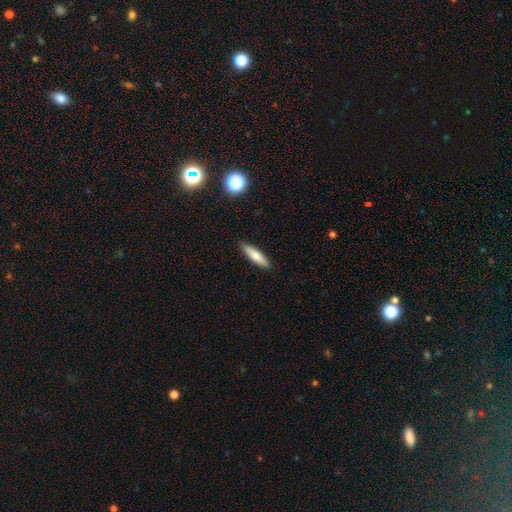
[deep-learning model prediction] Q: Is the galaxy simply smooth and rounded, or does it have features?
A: smooth — 68%.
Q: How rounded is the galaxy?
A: cigar-shaped — 75%.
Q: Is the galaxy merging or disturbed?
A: none — 88%.